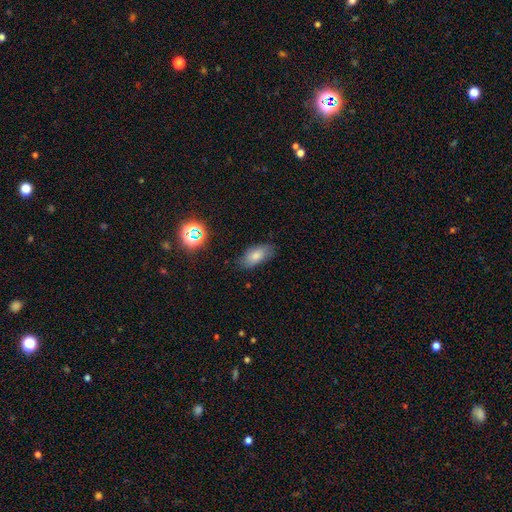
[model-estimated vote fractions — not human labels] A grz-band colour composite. It shows a smooth galaxy with no disk features (77%) that is in between round and cigar-shaped (90%). Merging: none (78%).